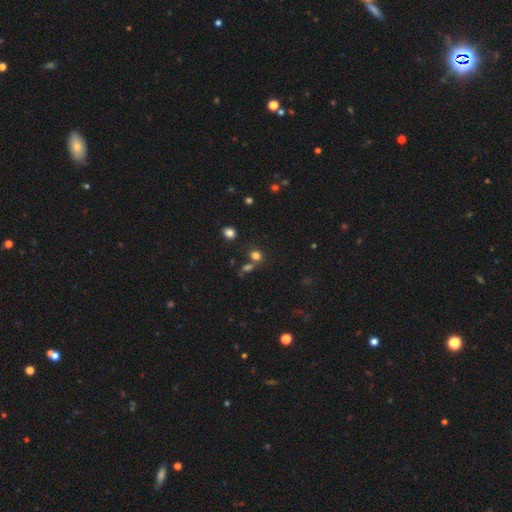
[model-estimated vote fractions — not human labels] Smooth or featured?
  - smooth: 74% *
  - star or artifact: 18%
  - featured or disk: 7%
How rounded?
  - round: 69% *
  - in between: 29%
  - cigar-shaped: 2%
Merging?
  - none: 57% *
  - merger: 28%
  - minor disturbance: 9%
  - major disturbance: 5%